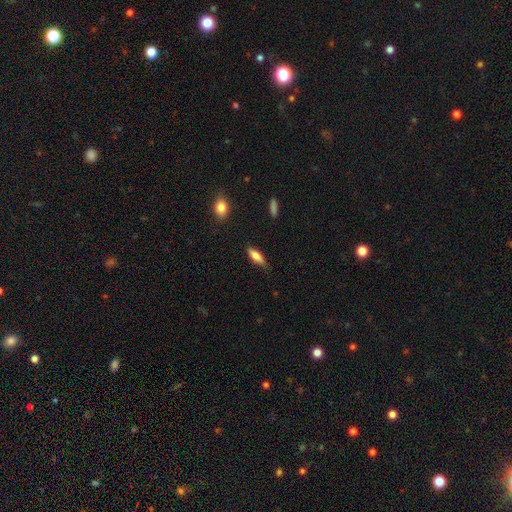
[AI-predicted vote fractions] Smooth or featured: smooth — 77% (featured or disk — 16%)
How rounded: in between — 57% (cigar-shaped — 41%)
Merging: none — 76% (minor disturbance — 19%)